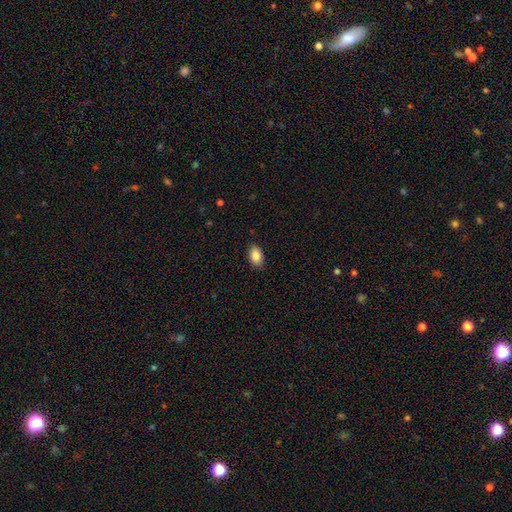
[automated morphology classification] type=smooth (87%); roundness=in between (91%); merging=none (87%).